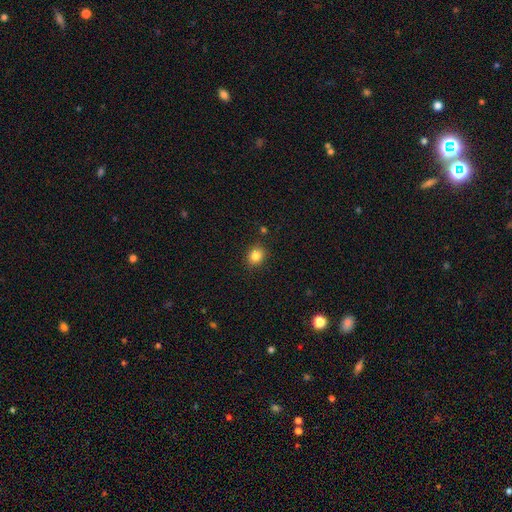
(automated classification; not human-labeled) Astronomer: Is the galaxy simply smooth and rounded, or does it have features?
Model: smooth — 84%.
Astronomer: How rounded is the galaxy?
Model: round — 76%.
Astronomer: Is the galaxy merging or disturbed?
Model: none — 88%.